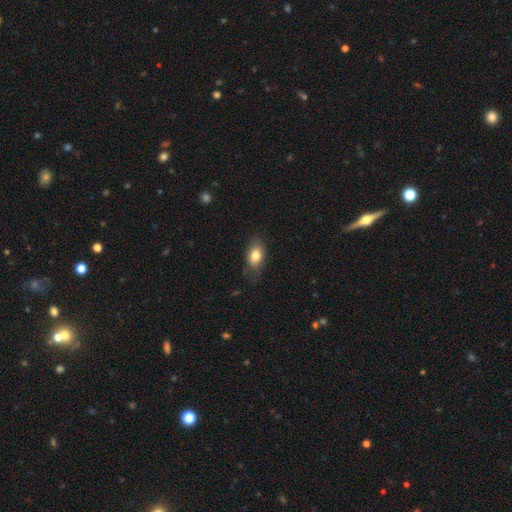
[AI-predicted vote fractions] This appears to be a smooth galaxy with no disk features (80%) that is in between round and cigar-shaped (85%). Merging: none (73%).